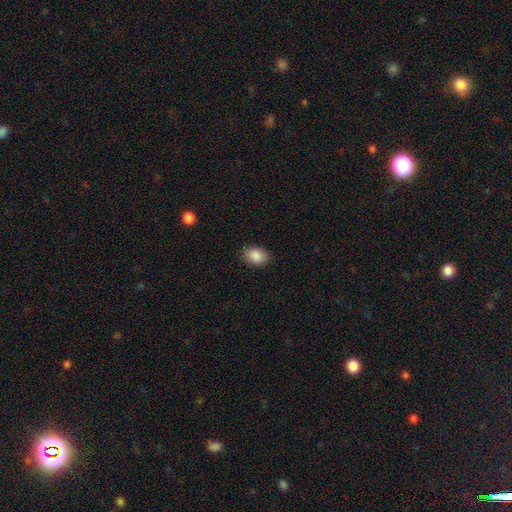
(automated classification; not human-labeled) Smooth or featured? Predicted: smooth (p=0.89). How rounded? Predicted: in between (p=0.80). Merging? Predicted: none (p=0.87).